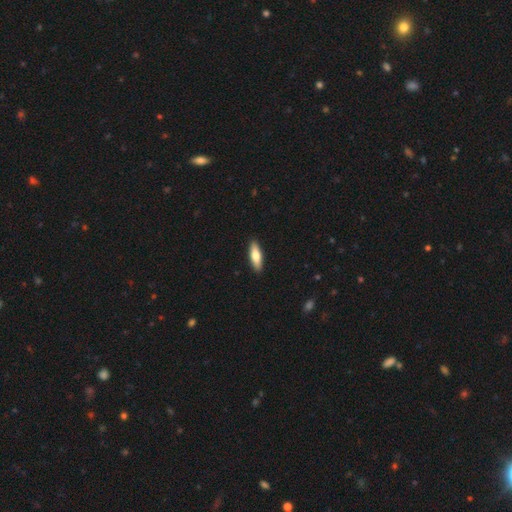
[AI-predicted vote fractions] Smooth or featured? smooth (68%)
How rounded? cigar-shaped (51%)
Merging? none (91%)